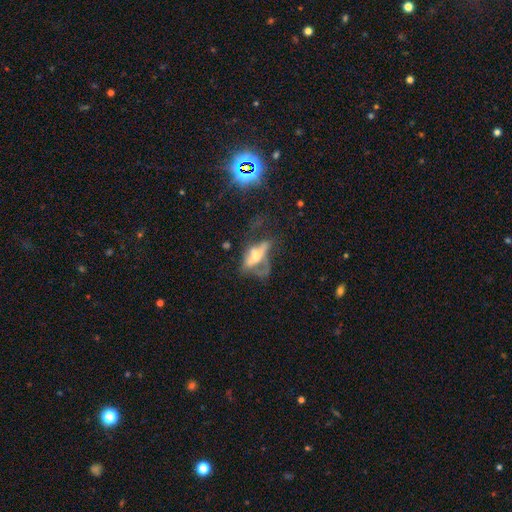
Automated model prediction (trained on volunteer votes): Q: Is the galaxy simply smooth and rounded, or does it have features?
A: featured or disk — 56%.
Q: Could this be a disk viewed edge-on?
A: no — 60%.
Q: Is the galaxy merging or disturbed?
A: major disturbance — 46%.